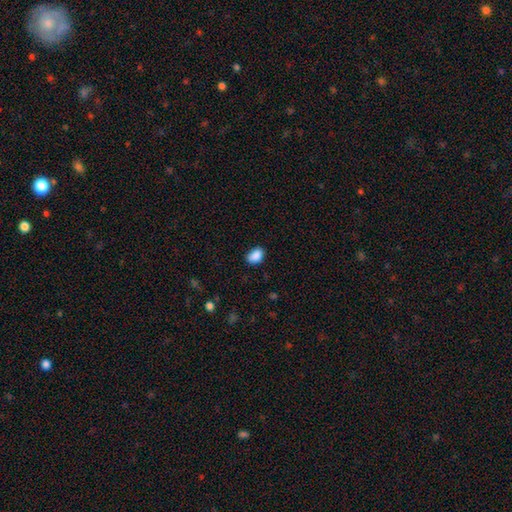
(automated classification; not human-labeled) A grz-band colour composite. It shows a smooth galaxy with no disk features (88%) that is in between round and cigar-shaped (83%). Merging: none (77%).